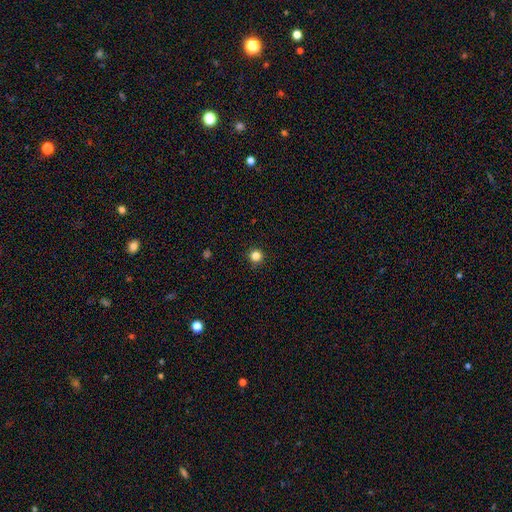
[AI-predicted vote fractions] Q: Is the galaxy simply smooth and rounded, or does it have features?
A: smooth — 83%.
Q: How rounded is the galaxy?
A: round — 96%.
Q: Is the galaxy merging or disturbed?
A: none — 93%.